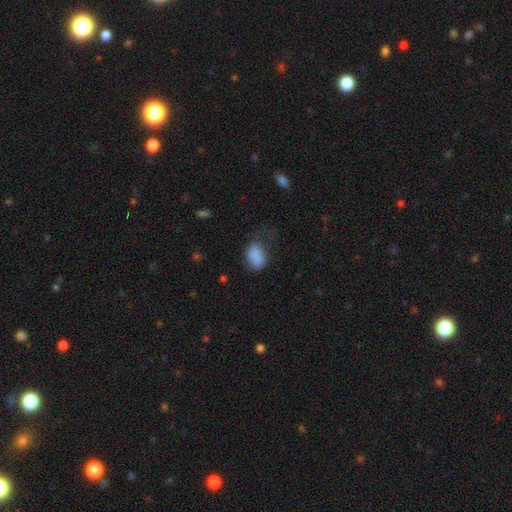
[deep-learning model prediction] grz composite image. It shows a smooth galaxy with no disk features (84%) that is in between round and cigar-shaped (86%). Merging: none (48%).